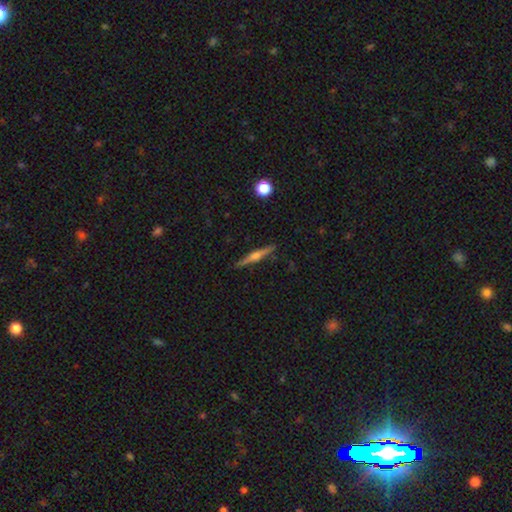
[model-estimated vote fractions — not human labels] featured or disk 73%, smooth 21%, star or artifact 7%. Down the decision tree: edge-on disk — yes (98%); edge-on bulge — rounded (87%); merging — none (91%).